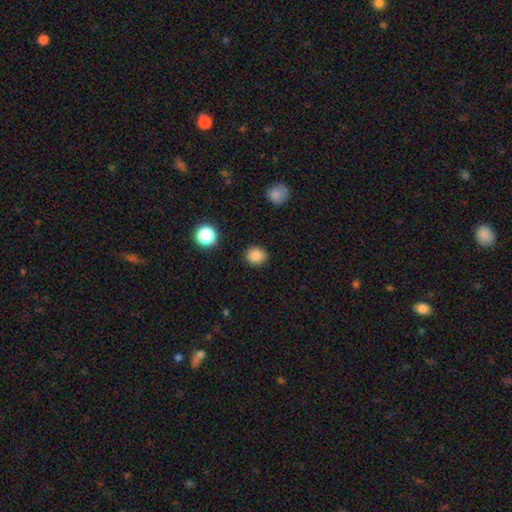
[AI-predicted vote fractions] smooth_or_featured: smooth (p=0.85) [alt: star or artifact p=0.11]
how_rounded: round (p=0.80) [alt: in between p=0.19]
merging: none (p=0.89) [alt: minor disturbance p=0.07]